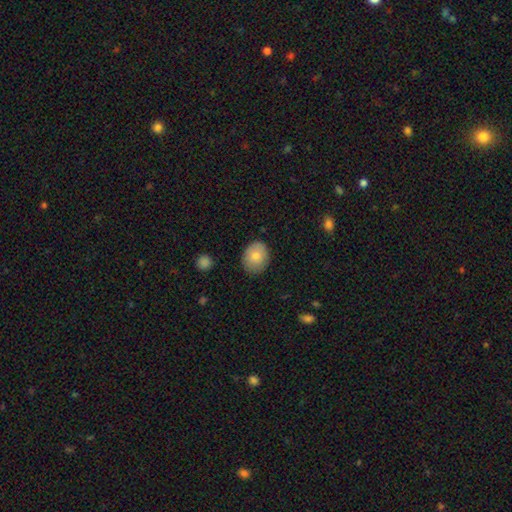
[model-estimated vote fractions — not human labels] Smooth or featured? Predicted: smooth (p=0.80). How rounded? Predicted: in between (p=0.54). Merging? Predicted: none (p=0.82).